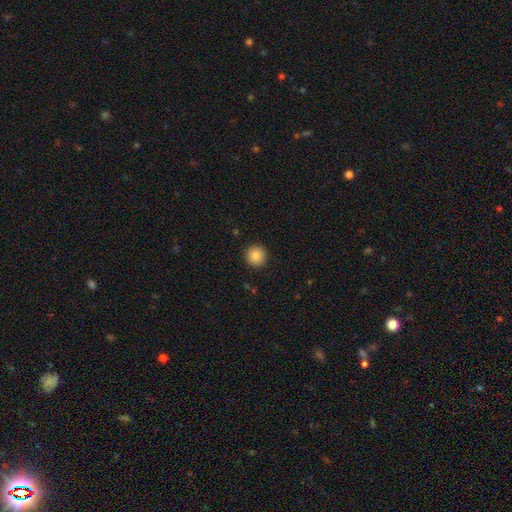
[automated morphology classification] A smooth galaxy with no disk features (86%) that is round (95%).

Vote fractions:
- Smooth or featured? smooth: 86% / star or artifact: 9% / featured or disk: 5%
- How rounded? round: 95% / in between: 4% / cigar-shaped: 1%
- Merging? none: 92% / minor disturbance: 6% / major disturbance: 2% / merger: 1%